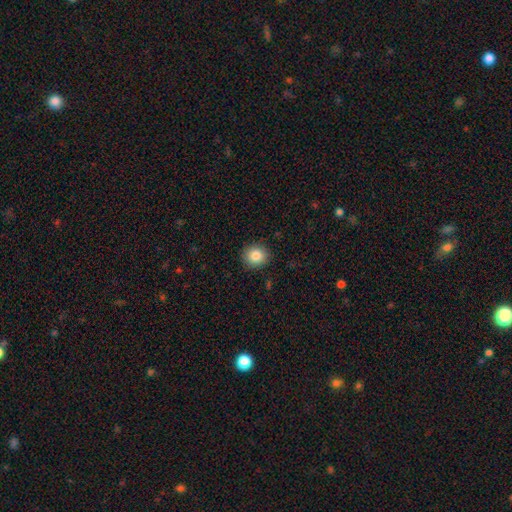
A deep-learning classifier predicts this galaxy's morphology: This appears to be a smooth galaxy with no disk features (85%) that is round (86%). Merging: none (91%).